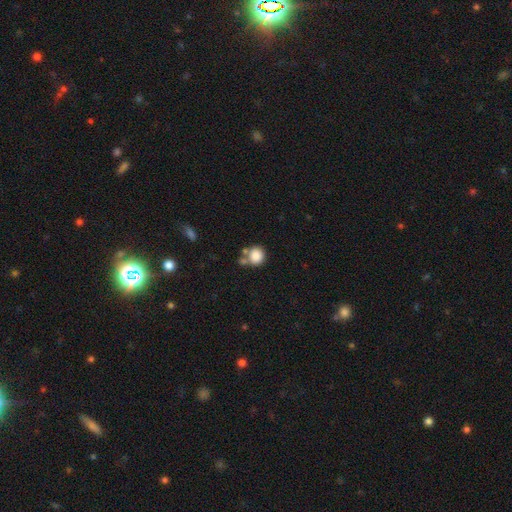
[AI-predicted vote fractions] smooth_or_featured: smooth (p=0.84) [alt: star or artifact p=0.10]
how_rounded: round (p=0.85) [alt: in between p=0.14]
merging: none (p=0.56) [alt: merger p=0.26]